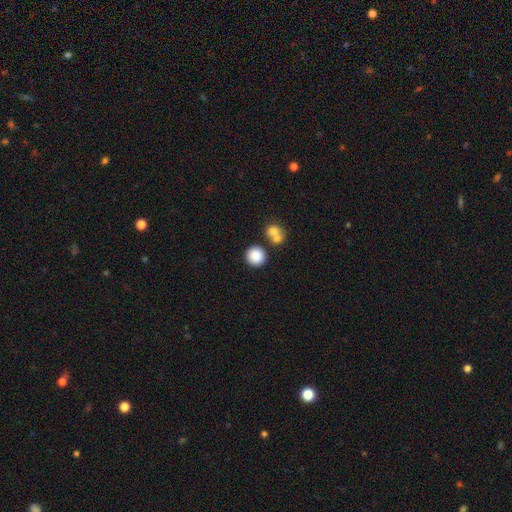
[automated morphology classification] This is clearly a smooth galaxy (85%). How rounded: clearly round (93%). Merging: likely none (73%).